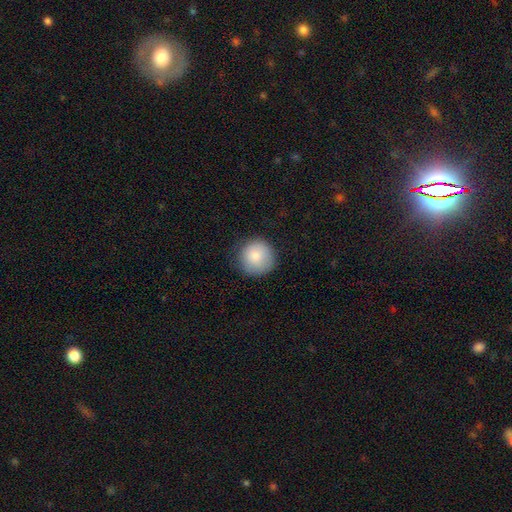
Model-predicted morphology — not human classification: smooth-or-featured: smooth: 85% | star or artifact: 8% | featured or disk: 7%
  how-rounded: round: 95% | in between: 4% | cigar-shaped: 1%
  merging: none: 84% | minor disturbance: 12% | major disturbance: 3% | merger: 1%